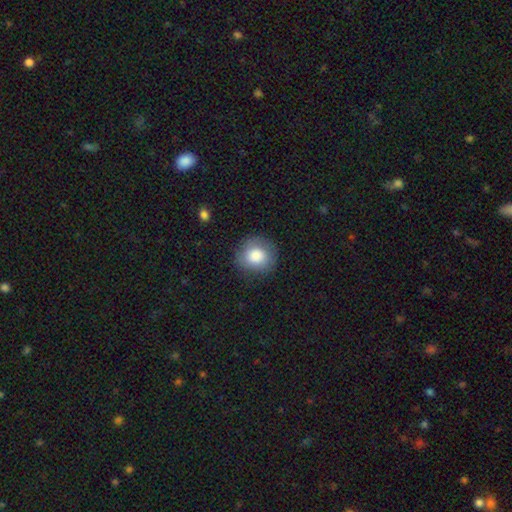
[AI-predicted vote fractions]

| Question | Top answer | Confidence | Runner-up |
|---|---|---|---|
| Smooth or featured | smooth | 83% | featured or disk (9%) |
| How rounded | round | 88% | in between (11%) |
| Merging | none | 83% | minor disturbance (12%) |